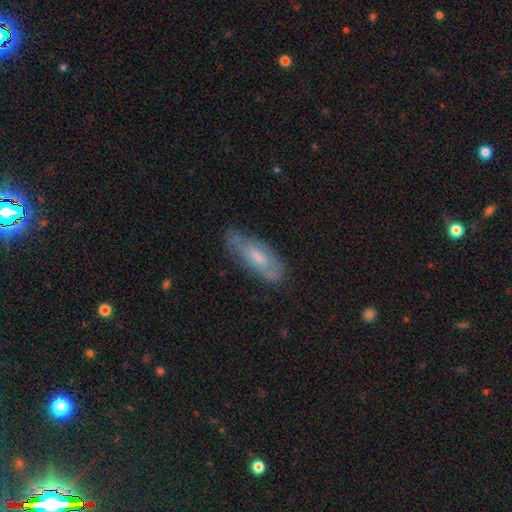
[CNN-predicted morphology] Smooth or featured? Predicted: smooth (p=0.47). Merging? Predicted: none (p=0.69).